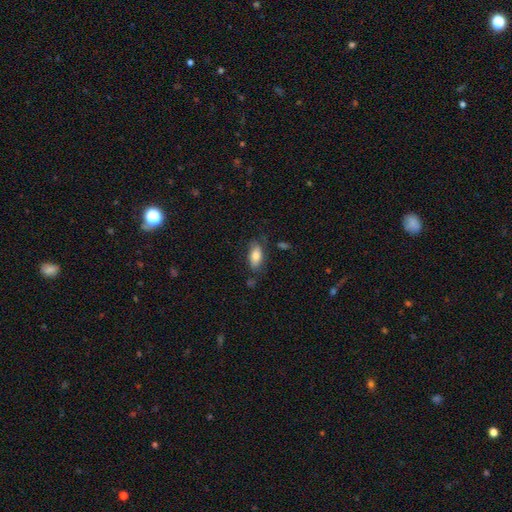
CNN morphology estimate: Smooth or featured? Predicted: smooth (p=0.77). How rounded? Predicted: in between (p=0.86). Merging? Predicted: none (p=0.65).